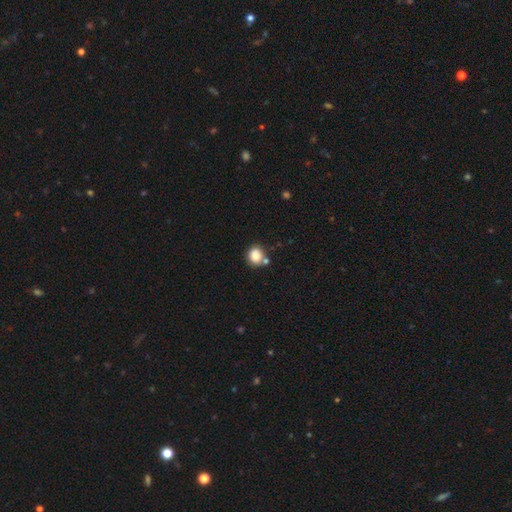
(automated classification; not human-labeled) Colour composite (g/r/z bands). It shows a smooth galaxy with no disk features (85%) that is round (74%). Merging: none (65%).